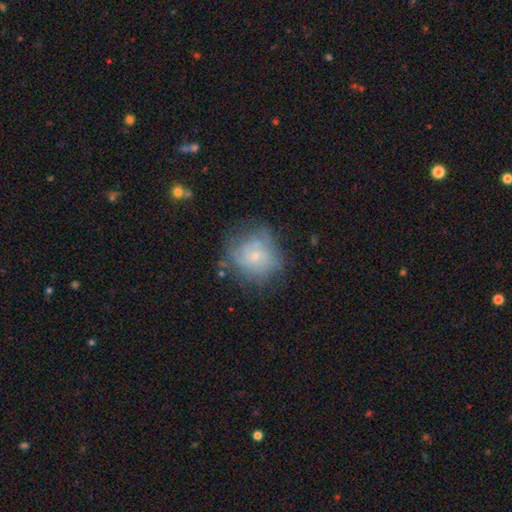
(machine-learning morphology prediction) Smooth or featured: featured or disk — 54% (smooth — 36%)
Edge-on disk: no — 97% (yes — 3%)
Bar: no — 77% (weak — 20%)
Spiral arms: yes — 65% (no — 35%)
Bulge size: small — 65% (moderate — 28%)
Merging: none — 57% (minor disturbance — 24%)